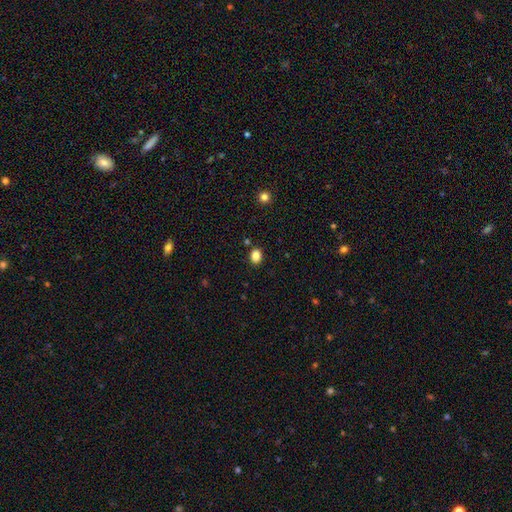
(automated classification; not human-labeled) Smooth or featured?
  - smooth: 84% *
  - star or artifact: 11%
  - featured or disk: 5%
How rounded?
  - in between: 53% *
  - round: 46%
  - cigar-shaped: 1%
Merging?
  - none: 87% *
  - minor disturbance: 8%
  - merger: 3%
  - major disturbance: 2%